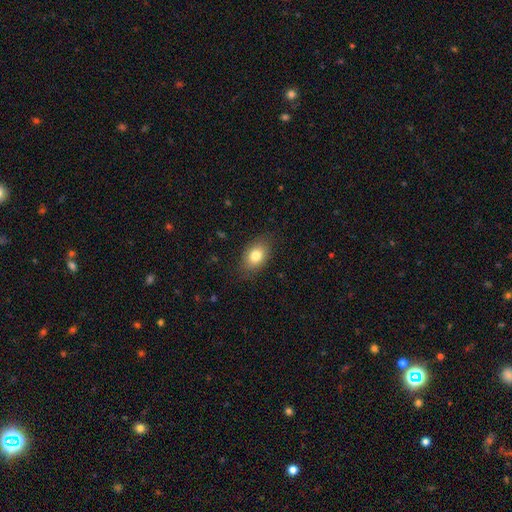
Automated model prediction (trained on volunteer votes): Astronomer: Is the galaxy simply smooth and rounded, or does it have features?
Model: smooth — 80%.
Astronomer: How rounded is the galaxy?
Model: in between — 82%.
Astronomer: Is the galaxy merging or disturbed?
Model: none — 82%.